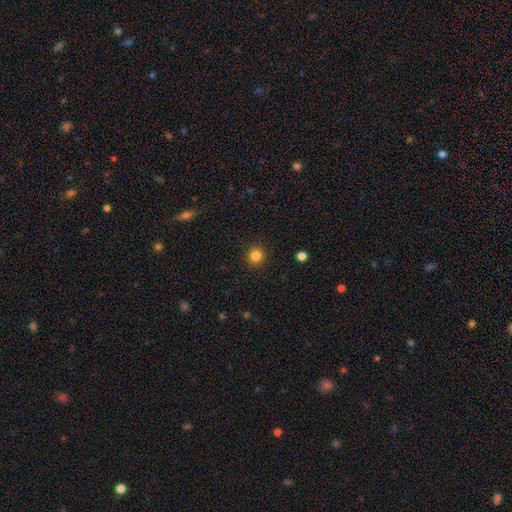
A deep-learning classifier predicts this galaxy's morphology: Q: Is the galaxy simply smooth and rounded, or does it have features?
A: smooth — 84%.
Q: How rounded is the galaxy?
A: round — 94%.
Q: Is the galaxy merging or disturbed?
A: none — 91%.